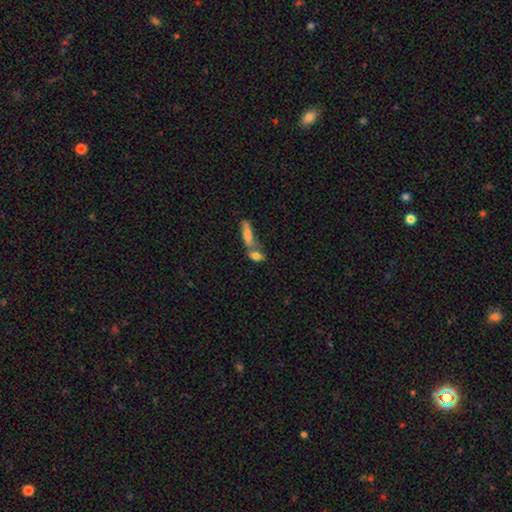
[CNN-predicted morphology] type=smooth (76%); roundness=in between (67%); merging=merger (47%).